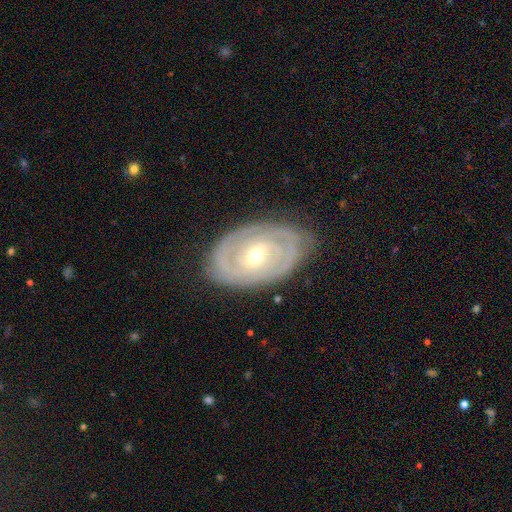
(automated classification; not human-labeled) Q: Smooth or featured?
A: featured or disk (83%); runner-up: smooth (12%)
Q: Edge-on disk?
A: no (95%); runner-up: yes (5%)
Q: Bar?
A: weak (45%); runner-up: no (37%)
Q: Spiral arms?
A: yes (87%); runner-up: no (13%)
Q: Spiral winding?
A: tight (76%); runner-up: medium (19%)
Q: Spiral arm count?
A: 2 (42%); runner-up: can't tell (34%)
Q: Bulge size?
A: moderate (56%); runner-up: small (40%)
Q: Merging?
A: none (79%); runner-up: minor disturbance (15%)